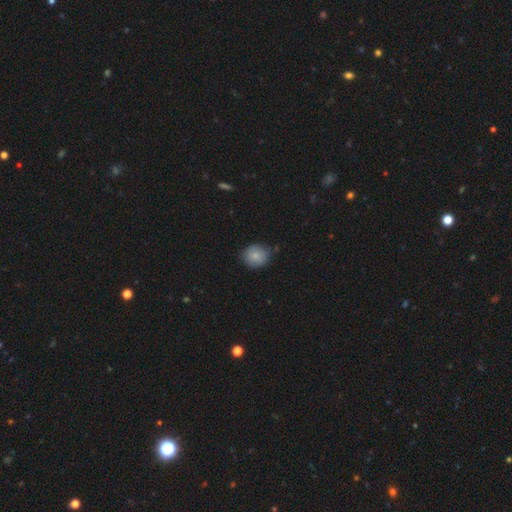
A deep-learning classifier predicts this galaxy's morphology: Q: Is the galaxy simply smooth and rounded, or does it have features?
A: smooth — 81%.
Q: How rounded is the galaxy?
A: round — 83%.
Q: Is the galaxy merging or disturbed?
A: none — 75%.